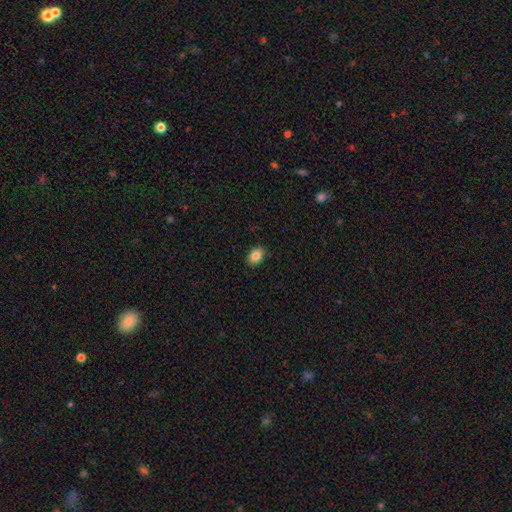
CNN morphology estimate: Smooth or featured: smooth — 85% (star or artifact — 8%)
How rounded: in between — 81% (round — 18%)
Merging: none — 88% (minor disturbance — 9%)